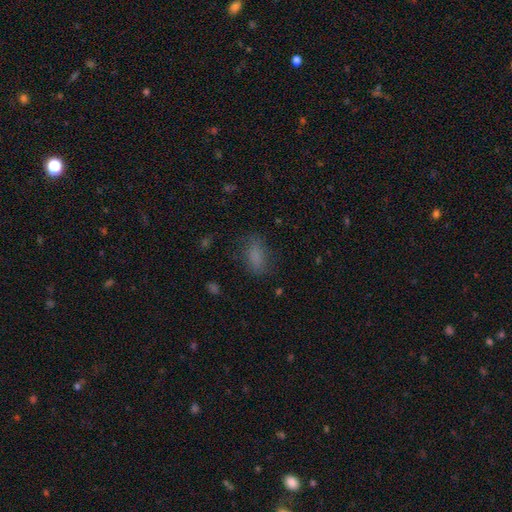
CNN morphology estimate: Smooth or featured: smooth — 79% (star or artifact — 13%)
How rounded: in between — 85% (round — 9%)
Merging: none — 73% (minor disturbance — 17%)